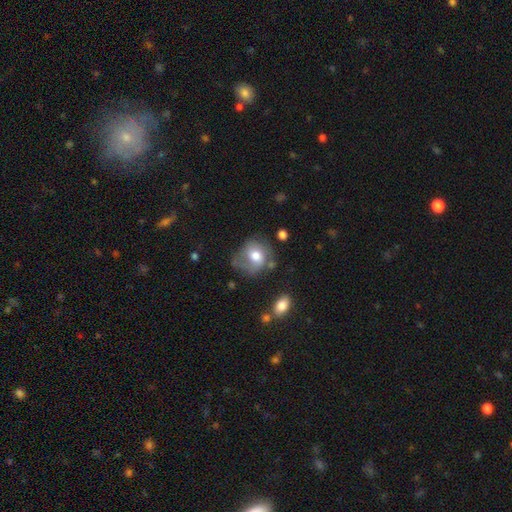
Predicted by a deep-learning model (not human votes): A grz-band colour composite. It shows a smooth galaxy with no disk features (57%) that is round (63%). Merging: none (40%).